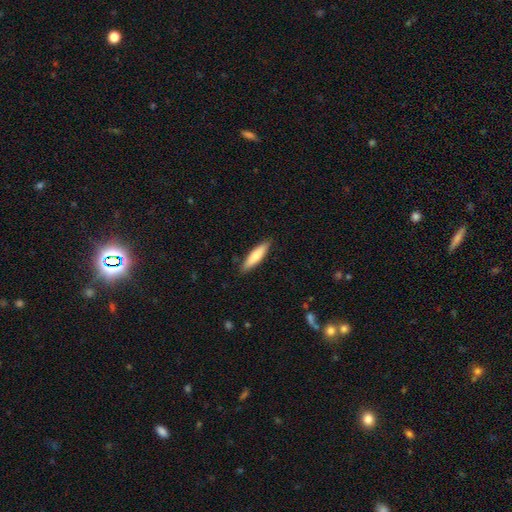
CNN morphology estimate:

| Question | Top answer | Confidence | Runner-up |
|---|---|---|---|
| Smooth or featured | smooth | 75% | featured or disk (19%) |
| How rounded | cigar-shaped | 74% | in between (24%) |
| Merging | none | 89% | minor disturbance (9%) |